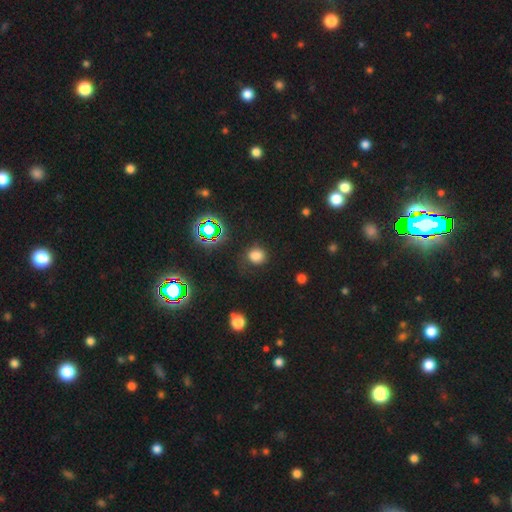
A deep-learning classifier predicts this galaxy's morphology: This is likely a smooth galaxy (73%). How rounded: likely round (72%). Merging: likely none (72%).